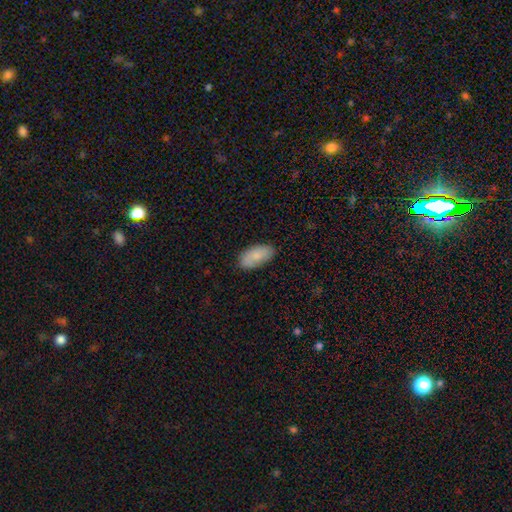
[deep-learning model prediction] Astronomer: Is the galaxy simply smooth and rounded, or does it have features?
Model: smooth — 81%.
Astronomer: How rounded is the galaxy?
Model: in between — 92%.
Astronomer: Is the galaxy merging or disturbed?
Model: none — 79%.